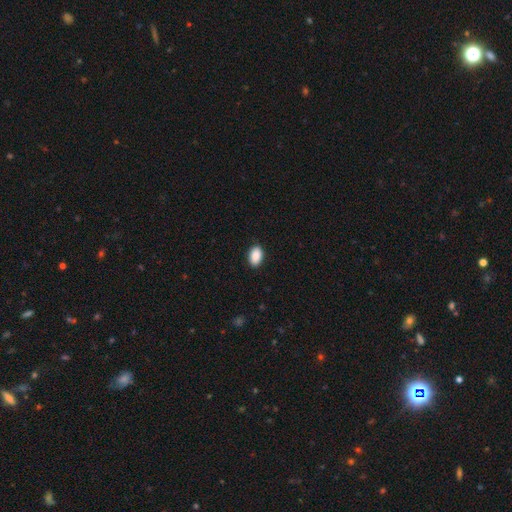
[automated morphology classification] type=smooth (90%); roundness=in between (92%); merging=none (89%).